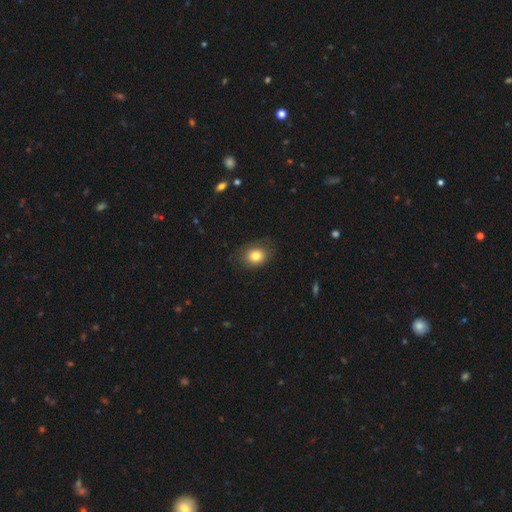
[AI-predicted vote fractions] Smooth or featured? Predicted: smooth (p=0.81). How rounded? Predicted: round (p=0.53). Merging? Predicted: none (p=0.77).